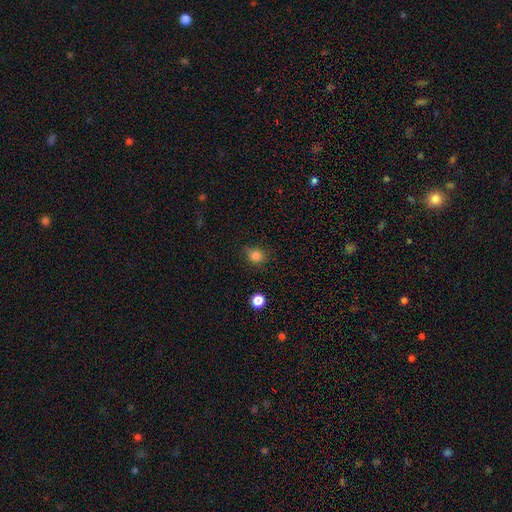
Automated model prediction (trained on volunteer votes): Overall: smooth (82%). How rounded: round (84%). Merging: none (76%).